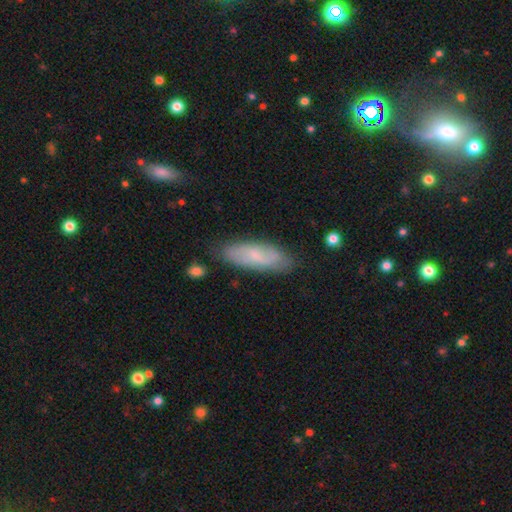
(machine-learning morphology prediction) Q: Smooth or featured?
A: smooth (51%); runner-up: featured or disk (42%)
Q: How rounded?
A: in between (62%); runner-up: cigar-shaped (36%)
Q: Merging?
A: none (79%); runner-up: minor disturbance (15%)